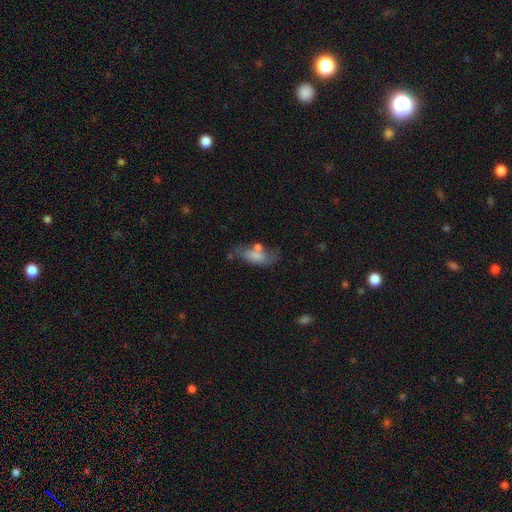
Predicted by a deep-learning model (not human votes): smooth 70%, featured or disk 22%, star or artifact 9%. Down the decision tree: how rounded — in between (82%); merging — none (39%).